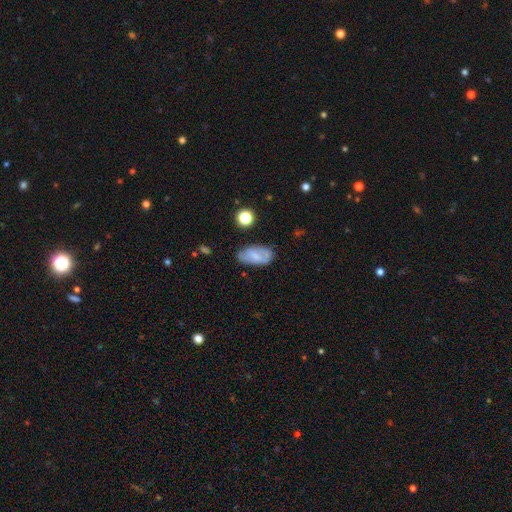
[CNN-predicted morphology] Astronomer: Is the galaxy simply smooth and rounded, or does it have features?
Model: smooth — 59%.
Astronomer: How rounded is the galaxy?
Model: in between — 91%.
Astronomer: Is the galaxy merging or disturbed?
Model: none — 69%.